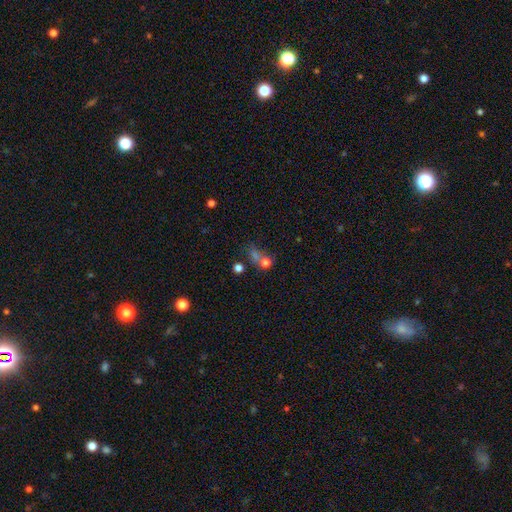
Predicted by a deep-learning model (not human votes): smooth-or-featured: smooth: 53% | star or artifact: 31% | featured or disk: 17%
  how-rounded: round: 70% | in between: 26% | cigar-shaped: 3%
  merging: none: 40% | merger: 38% | major disturbance: 11% | minor disturbance: 11%